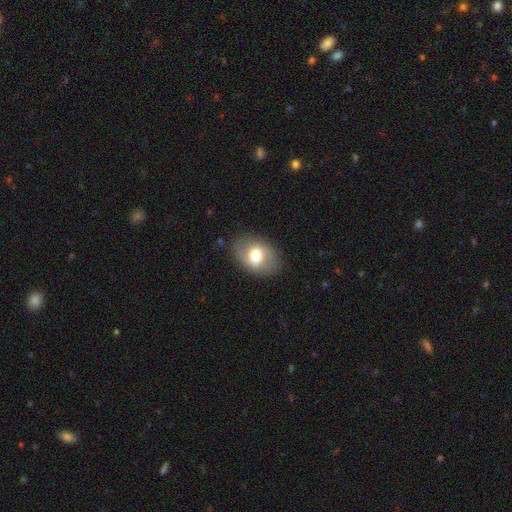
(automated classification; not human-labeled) smooth_or_featured: smooth (p=0.62) [alt: featured or disk p=0.30]
how_rounded: in between (p=0.74) [alt: round p=0.25]
merging: none (p=0.82) [alt: minor disturbance p=0.12]